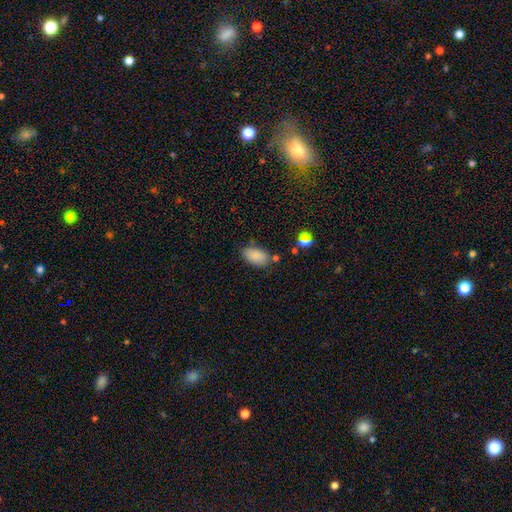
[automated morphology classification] Smooth or featured? Predicted: smooth (p=0.86). How rounded? Predicted: in between (p=0.93). Merging? Predicted: none (p=0.71).